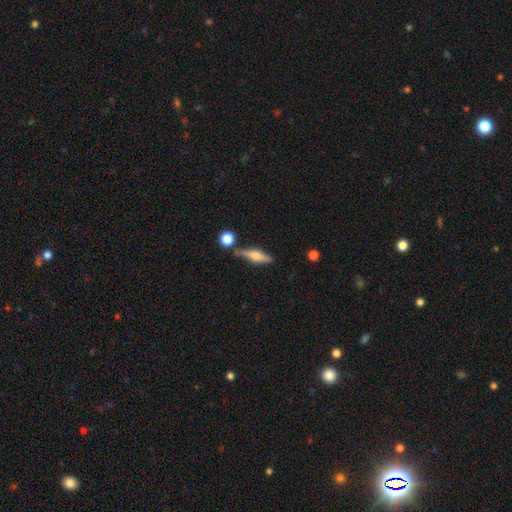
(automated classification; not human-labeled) Morphology: type=featured or disk (51%); edge-on=yes (93%); merging=none (75%).